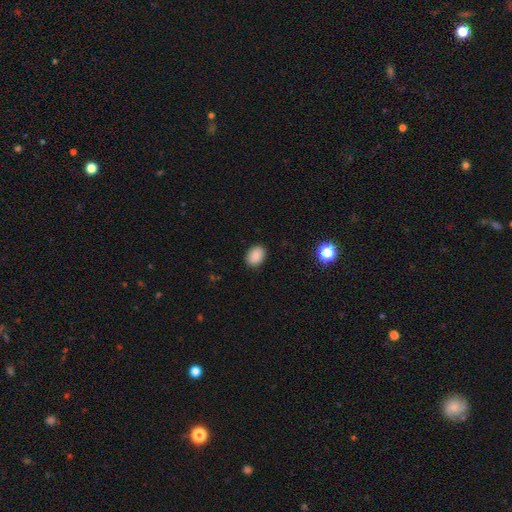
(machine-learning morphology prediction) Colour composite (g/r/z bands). It shows a smooth galaxy with no disk features (87%) that is in between round and cigar-shaped (72%). Merging: none (88%).